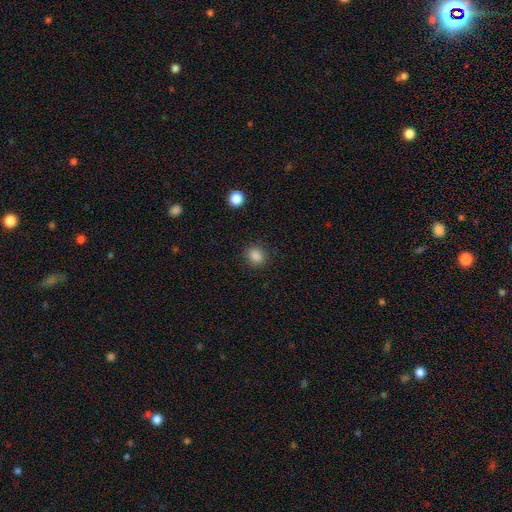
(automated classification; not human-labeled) smooth-or-featured: smooth: 86% | star or artifact: 11% | featured or disk: 3%
  how-rounded: round: 67% | in between: 32% | cigar-shaped: 1%
  merging: none: 87% | minor disturbance: 9% | major disturbance: 3% | merger: 1%